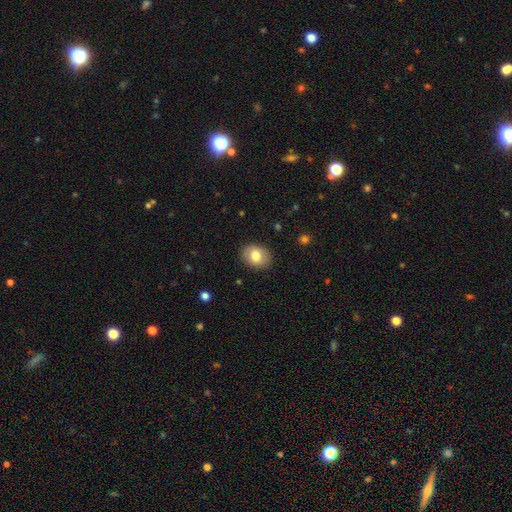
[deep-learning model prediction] smooth-or-featured: smooth: 78% | featured or disk: 14% | star or artifact: 8%
  how-rounded: in between: 61% | round: 38% | cigar-shaped: 1%
  merging: none: 87% | minor disturbance: 9% | major disturbance: 2% | merger: 1%